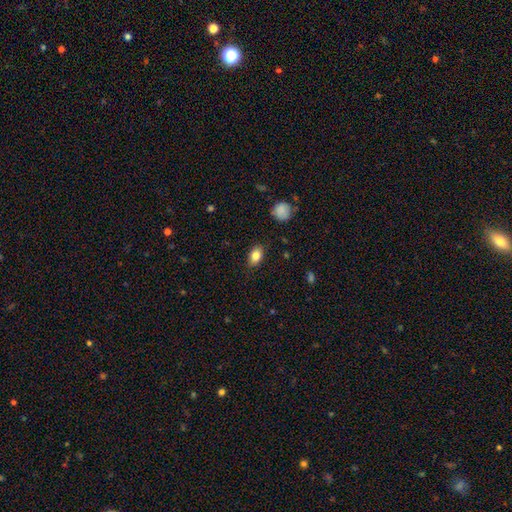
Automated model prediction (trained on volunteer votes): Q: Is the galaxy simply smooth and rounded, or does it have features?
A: smooth — 84%.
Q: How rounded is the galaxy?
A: in between — 81%.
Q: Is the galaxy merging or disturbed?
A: none — 83%.